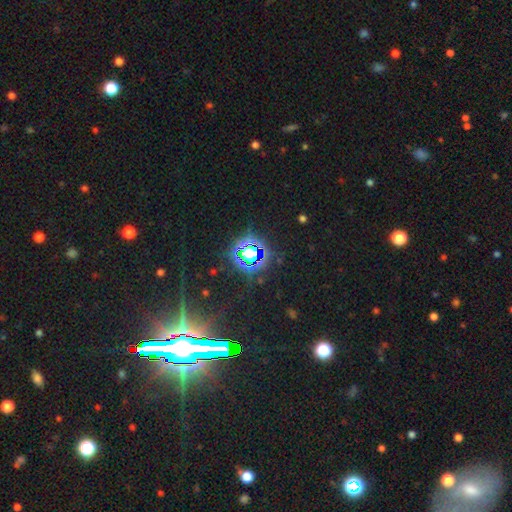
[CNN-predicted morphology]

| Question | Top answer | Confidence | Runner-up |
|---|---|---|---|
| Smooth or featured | star or artifact | 83% | smooth (9%) |